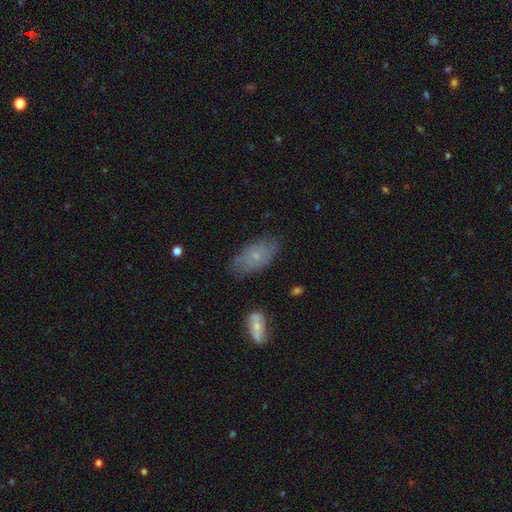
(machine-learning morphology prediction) This is possibly a smooth galaxy (50%). How rounded: clearly in between (91%). Merging: likely none (67%).